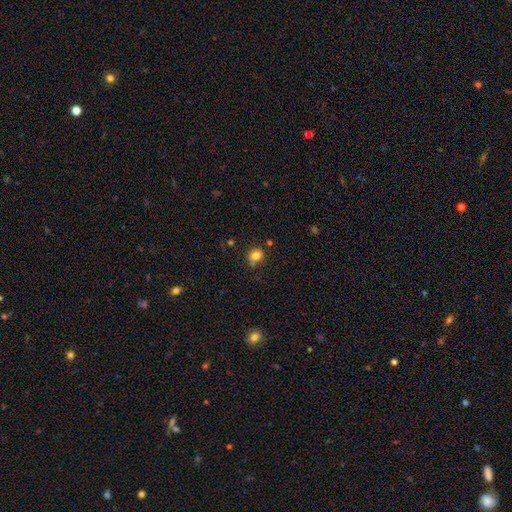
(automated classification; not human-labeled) A smooth galaxy with no disk features (80%) that is round (75%).

Vote fractions:
- Smooth or featured? smooth: 80% / star or artifact: 13% / featured or disk: 7%
- How rounded? round: 75% / in between: 24% / cigar-shaped: 1%
- Merging? none: 69% / minor disturbance: 15% / merger: 12% / major disturbance: 4%